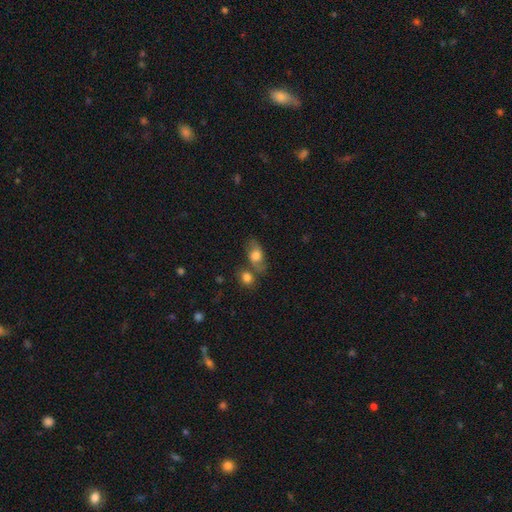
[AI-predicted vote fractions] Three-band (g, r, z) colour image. It shows a smooth galaxy with no disk features (64%) that is in between round and cigar-shaped (76%). Merging: none (53%).